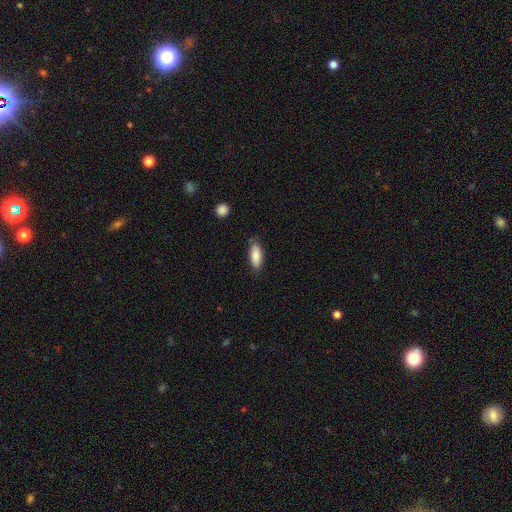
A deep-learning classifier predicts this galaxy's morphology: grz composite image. It shows a smooth galaxy with no disk features (83%) that is in between round and cigar-shaped (79%). Merging: none (79%).